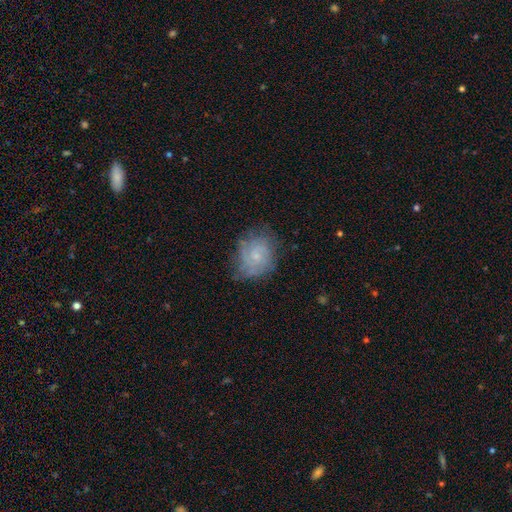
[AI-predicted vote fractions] This appears to be a featured or disk galaxy (63%) with no bar (72%), tight (58%) spiral arms (85%) and a small central bulge (66%). Merging: none (62%).